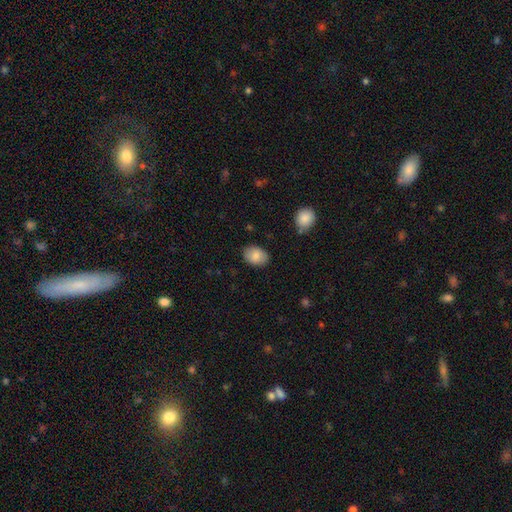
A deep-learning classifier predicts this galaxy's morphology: smooth_or_featured: smooth (p=0.85) [alt: featured or disk p=0.08]
how_rounded: in between (p=0.79) [alt: round p=0.20]
merging: none (p=0.84) [alt: minor disturbance p=0.12]